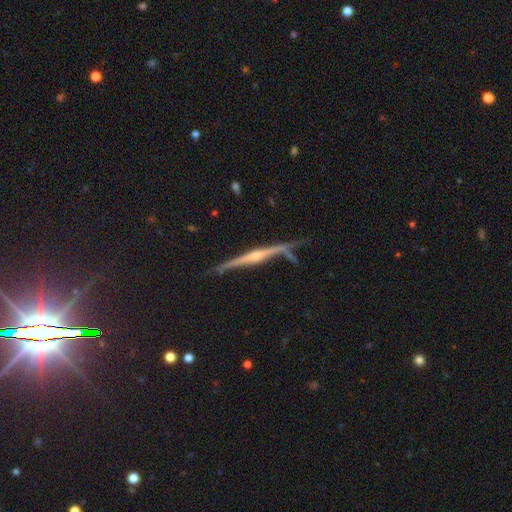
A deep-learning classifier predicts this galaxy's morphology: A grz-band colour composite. It shows a featured or disk galaxy (82%) viewed edge-on (98%) with a rounded central bulge (74%). Merging: none (74%).